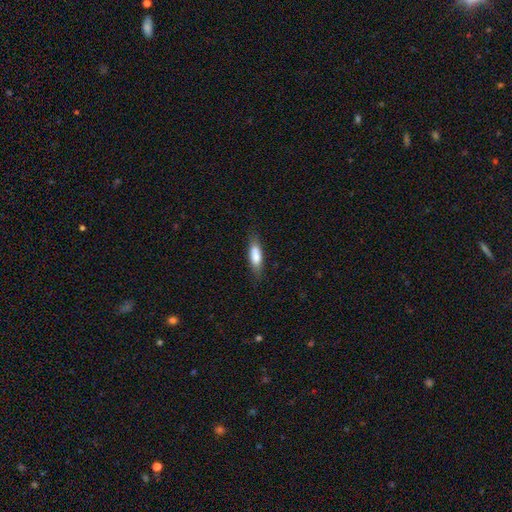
A smooth galaxy with no disk features (74%) that is cigar-shaped (75%).

Vote fractions:
- Smooth or featured? smooth: 74% / featured or disk: 21% / star or artifact: 5%
- How rounded? cigar-shaped: 75% / in between: 25% / round: 0%
- Merging? none: 83% / minor disturbance: 14% / merger: 3% / major disturbance: 0%